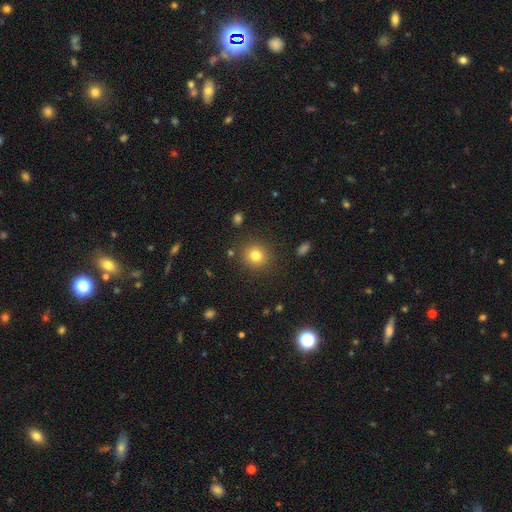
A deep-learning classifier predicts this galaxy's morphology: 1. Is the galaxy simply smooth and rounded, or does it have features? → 80% smooth, 13% star or artifact, 8% featured or disk.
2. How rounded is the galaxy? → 89% round, 10% in between, 1% cigar-shaped.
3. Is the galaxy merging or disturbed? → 88% none, 7% minor disturbance, 3% major disturbance, 2% merger.